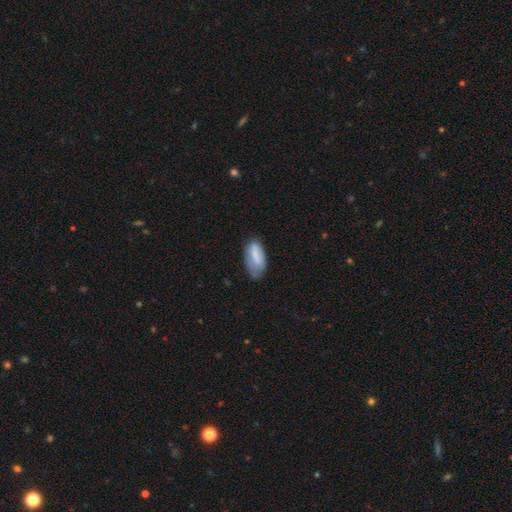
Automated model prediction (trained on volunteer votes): Smooth or featured? smooth (73%)
How rounded? in between (88%)
Merging? none (48%)